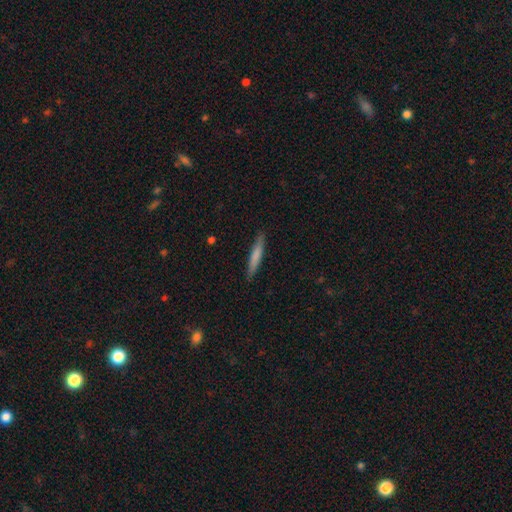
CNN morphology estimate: smooth_or_featured: smooth (p=0.72) [alt: featured or disk p=0.23]
how_rounded: cigar-shaped (p=0.94) [alt: in between p=0.04]
merging: none (p=0.90) [alt: minor disturbance p=0.07]